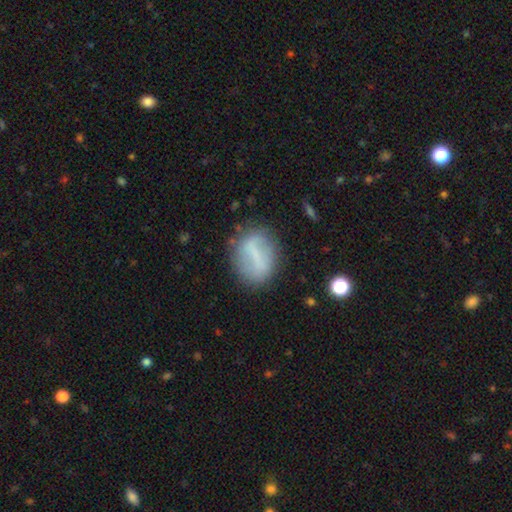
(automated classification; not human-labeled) Smooth or featured?
  - smooth: 48% *
  - featured or disk: 43%
  - star or artifact: 10%
Merging?
  - none: 76% *
  - minor disturbance: 15%
  - major disturbance: 6%
  - merger: 3%